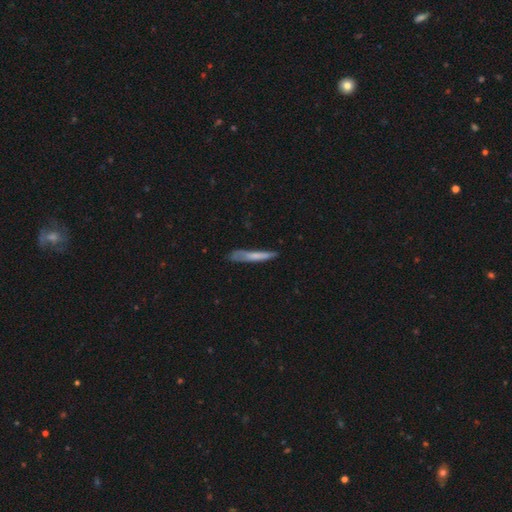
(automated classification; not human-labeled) This is likely a smooth galaxy (63%). How rounded: clearly cigar-shaped (93%). Merging: likely none (64%).